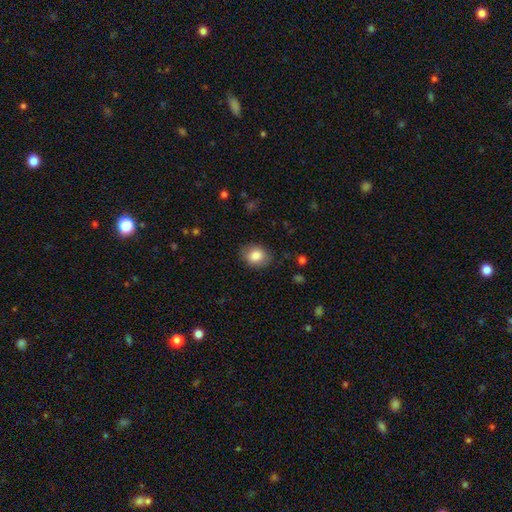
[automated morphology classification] A smooth galaxy with no disk features (83%) that is in between round and cigar-shaped (54%). Merging: none (83%).